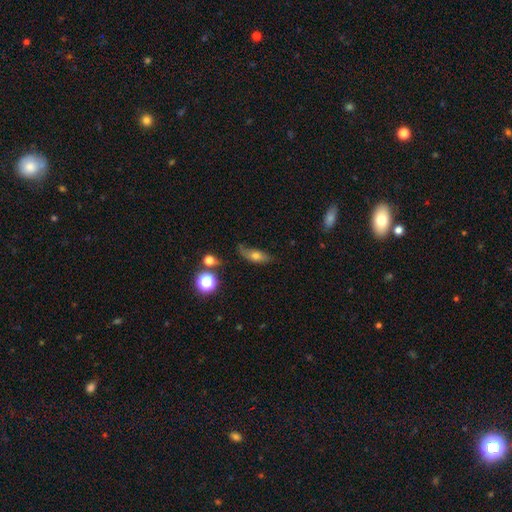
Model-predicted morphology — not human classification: This appears to be a smooth galaxy with no disk features (58%) that is in between round and cigar-shaped (69%). Merging: none (49%).